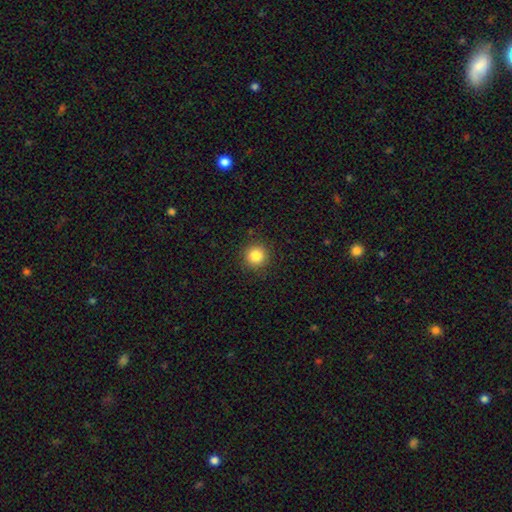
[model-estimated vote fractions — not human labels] Smooth or featured?
  - smooth: 85% *
  - star or artifact: 11%
  - featured or disk: 5%
How rounded?
  - round: 95% *
  - in between: 4%
  - cigar-shaped: 1%
Merging?
  - none: 91% *
  - minor disturbance: 6%
  - major disturbance: 2%
  - merger: 1%